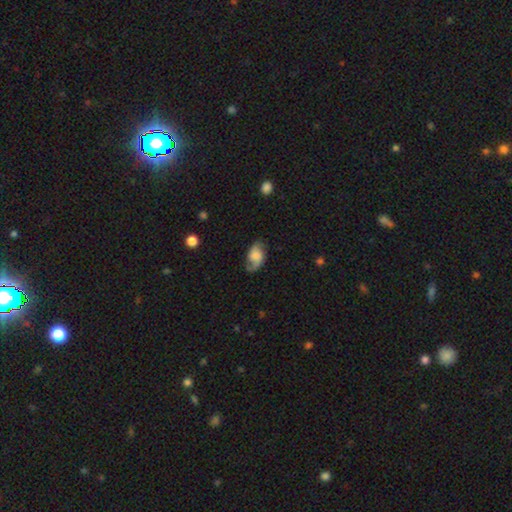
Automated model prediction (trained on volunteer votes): smooth_or_featured: featured or disk (p=0.56) [alt: smooth p=0.36]
disk_edge_on: no (p=0.96) [alt: yes p=0.04]
bar: no (p=0.54) [alt: weak p=0.38]
has_spiral_arms: yes (p=0.91) [alt: no p=0.09]
bulge_size: none (p=0.32) [alt: large p=0.23]
merging: none (p=0.68) [alt: minor disturbance p=0.22]